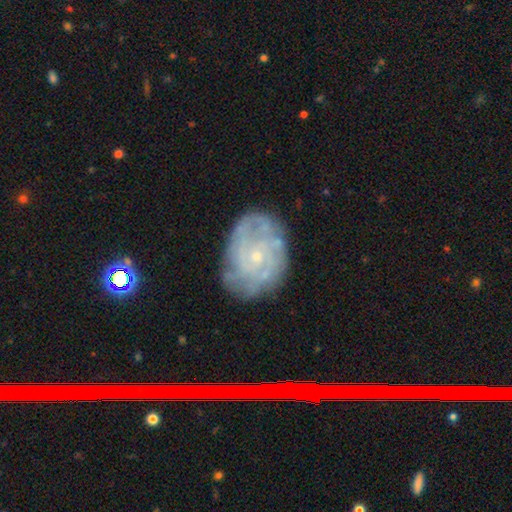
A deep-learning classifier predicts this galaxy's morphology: Smooth or featured? featured or disk (72%)
Edge-on disk? no (96%)
Bar? no (77%)
Spiral arms? yes (82%)
Spiral winding? tight (62%)
Spiral arm count? can't tell (53%)
Bulge size? small (79%)
Merging? none (71%)